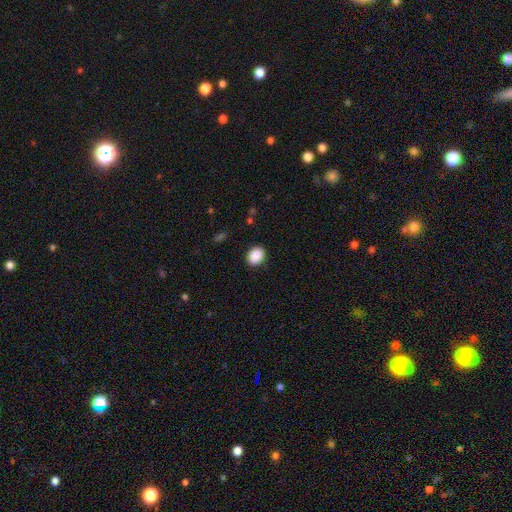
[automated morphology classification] smooth_or_featured: smooth (p=0.89) [alt: star or artifact p=0.08]
how_rounded: in between (p=0.55) [alt: round p=0.44]
merging: none (p=0.89) [alt: minor disturbance p=0.08]